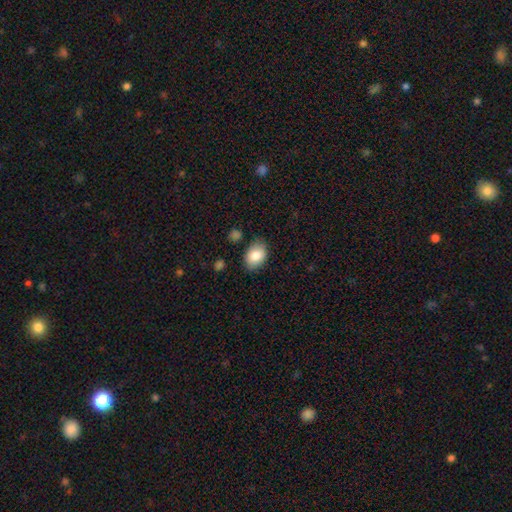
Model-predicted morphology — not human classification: Smooth or featured? smooth (85%)
How rounded? in between (84%)
Merging? none (80%)